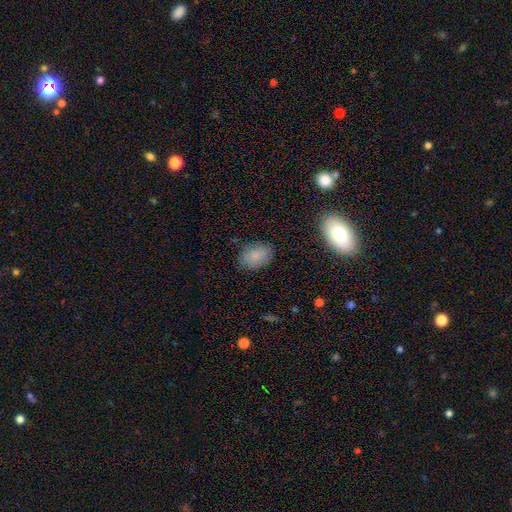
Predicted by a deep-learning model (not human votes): This appears to be a smooth galaxy with no disk features (83%) that is in between round and cigar-shaped (83%). Merging: none (83%).